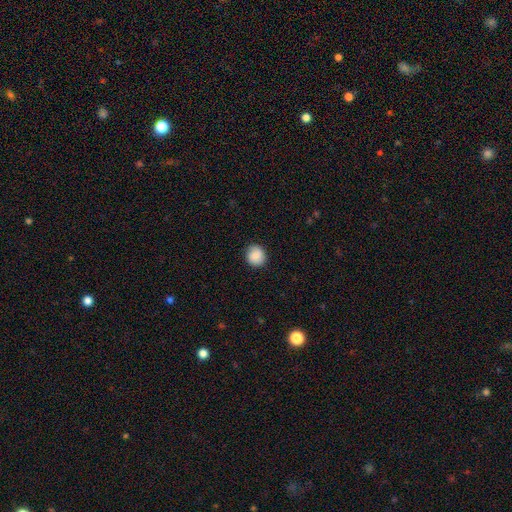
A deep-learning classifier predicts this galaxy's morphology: smooth 86%, star or artifact 8%, featured or disk 6%. Down the decision tree: how rounded — round (87%); merging — none (87%).